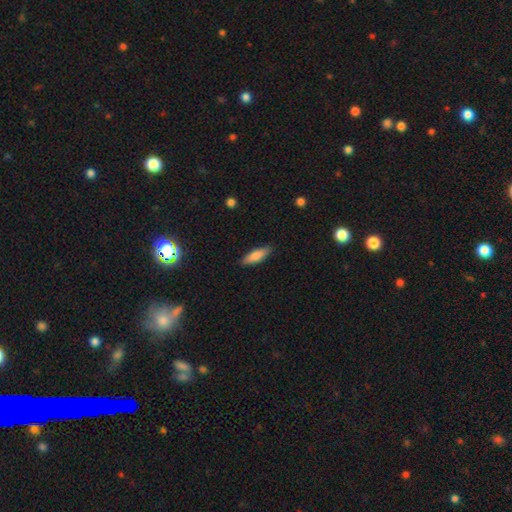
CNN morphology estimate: Smooth or featured?
  - smooth: 79% *
  - featured or disk: 15%
  - star or artifact: 6%
How rounded?
  - cigar-shaped: 56% *
  - in between: 43%
  - round: 2%
Merging?
  - none: 87% *
  - minor disturbance: 10%
  - major disturbance: 2%
  - merger: 1%